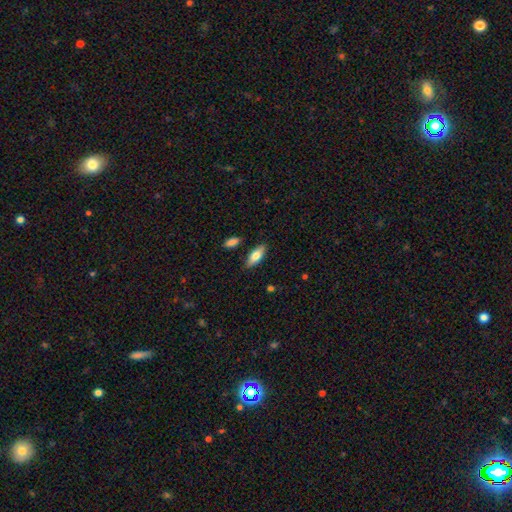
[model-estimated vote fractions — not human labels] smooth 74%, featured or disk 20%, star or artifact 6%. Down the decision tree: how rounded — in between (73%); merging — none (84%).